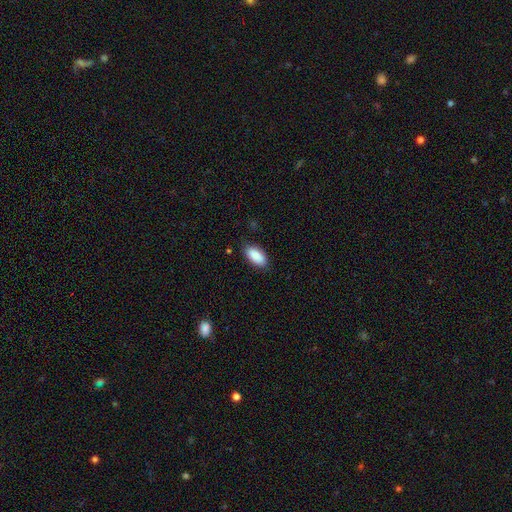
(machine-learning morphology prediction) This appears to be a smooth galaxy with no disk features (89%) that is in between round and cigar-shaped (92%). Merging: none (82%).